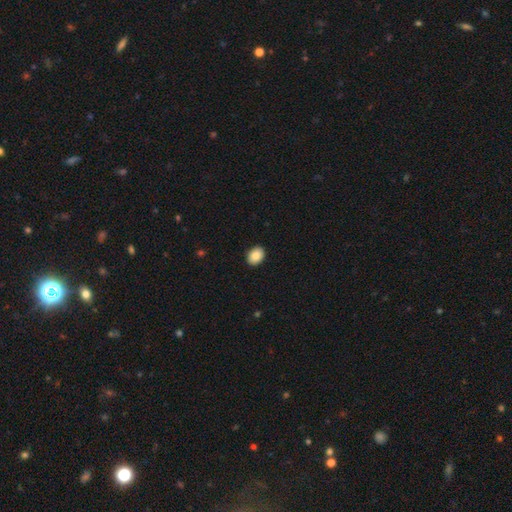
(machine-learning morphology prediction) Smooth or featured? Predicted: smooth (p=0.86). How rounded? Predicted: in between (p=0.64). Merging? Predicted: none (p=0.91).